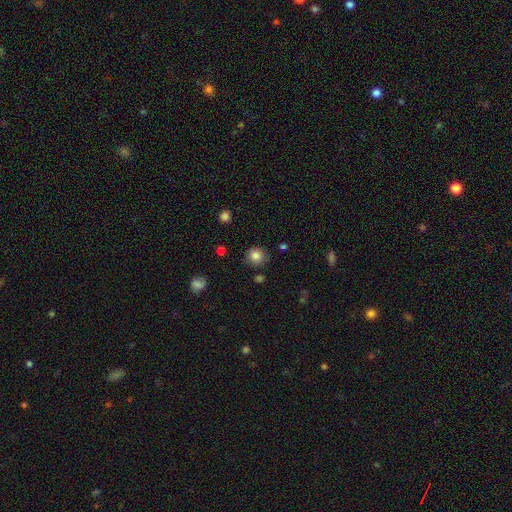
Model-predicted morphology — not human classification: Q: Smooth or featured?
A: smooth (83%); runner-up: star or artifact (11%)
Q: How rounded?
A: round (89%); runner-up: in between (10%)
Q: Merging?
A: none (85%); runner-up: minor disturbance (10%)